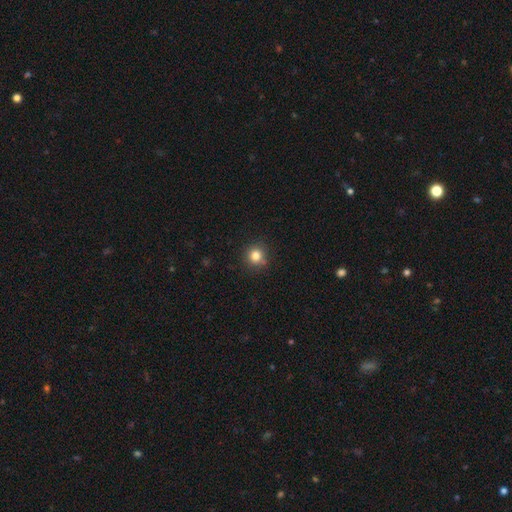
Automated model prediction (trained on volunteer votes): smooth_or_featured: smooth (p=0.82) [alt: star or artifact p=0.12]
how_rounded: round (p=0.92) [alt: in between p=0.07]
merging: none (p=0.85) [alt: minor disturbance p=0.09]